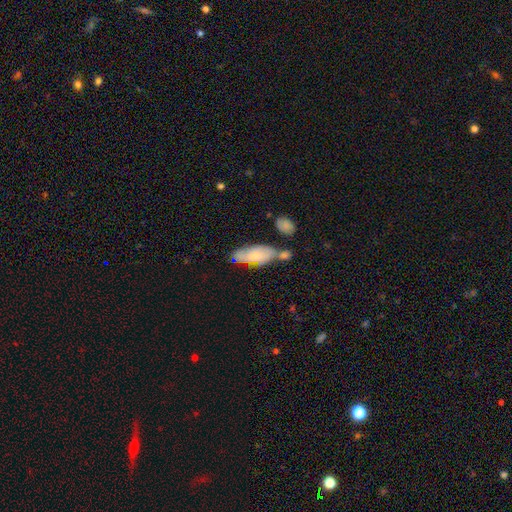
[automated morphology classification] Q: Smooth or featured?
A: smooth (62%); runner-up: featured or disk (32%)
Q: How rounded?
A: in between (75%); runner-up: cigar-shaped (23%)
Q: Merging?
A: none (48%); runner-up: merger (23%)